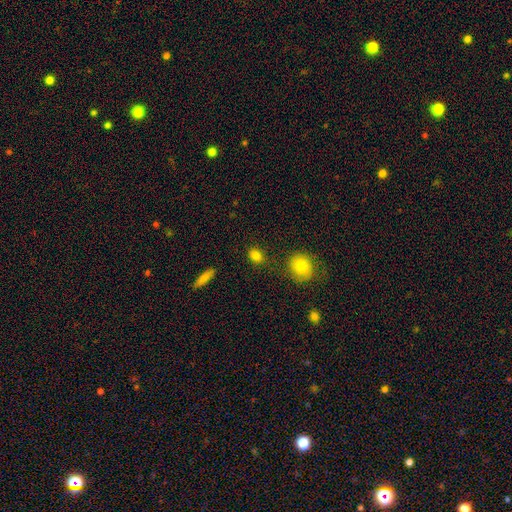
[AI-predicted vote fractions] The model was most divided on "how rounded": in between: 54%, round: 44%, cigar-shaped: 2%. More confident: smooth or featured — smooth (84%); merging — none (81%).